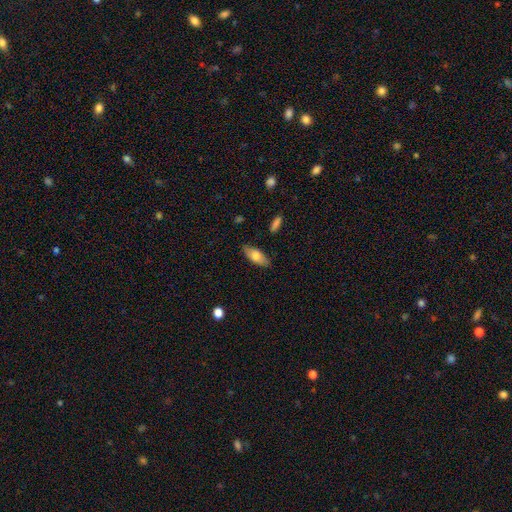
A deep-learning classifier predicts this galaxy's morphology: A smooth galaxy with no disk features (72%) that is in between round and cigar-shaped (78%).

Vote fractions:
- Smooth or featured? smooth: 72% / featured or disk: 21% / star or artifact: 7%
- How rounded? in between: 78% / cigar-shaped: 19% / round: 3%
- Merging? none: 83% / minor disturbance: 13% / major disturbance: 2% / merger: 1%